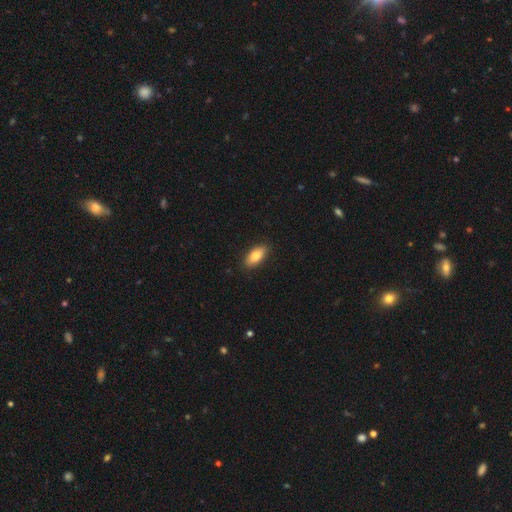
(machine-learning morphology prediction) The model was most divided on "smooth or featured": smooth: 82%, featured or disk: 12%, star or artifact: 7%. More confident: merging — none (88%); how rounded — in between (87%).